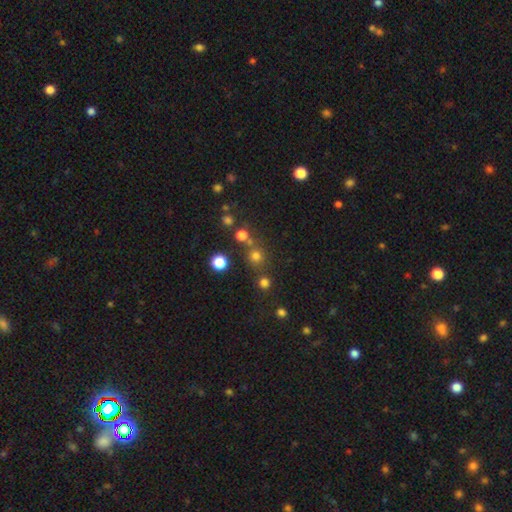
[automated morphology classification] smooth_or_featured: smooth (p=0.70) [alt: star or artifact p=0.23]
how_rounded: round (p=0.91) [alt: in between p=0.08]
merging: none (p=0.73) [alt: merger p=0.16]